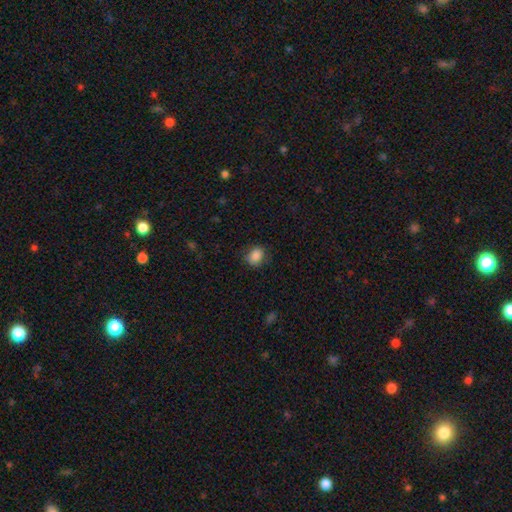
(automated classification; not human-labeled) smooth-or-featured: smooth: 85% | star or artifact: 9% | featured or disk: 6%
  how-rounded: round: 60% | in between: 39% | cigar-shaped: 1%
  merging: none: 77% | minor disturbance: 17% | major disturbance: 5% | merger: 1%